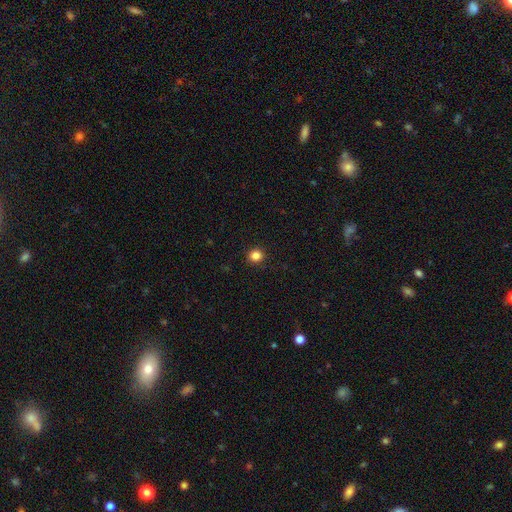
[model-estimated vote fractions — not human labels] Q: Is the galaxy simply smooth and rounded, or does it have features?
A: smooth — 85%.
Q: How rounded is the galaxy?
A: round — 86%.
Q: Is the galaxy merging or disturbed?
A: none — 91%.